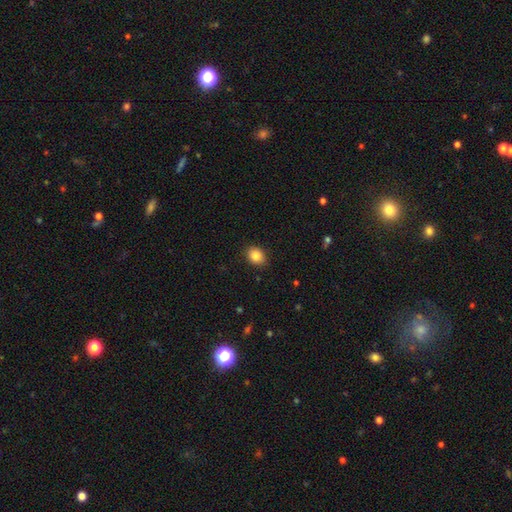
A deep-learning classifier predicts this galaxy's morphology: Overall: smooth (85%). How rounded: in between (54%; round 45%). Merging: none (88%).